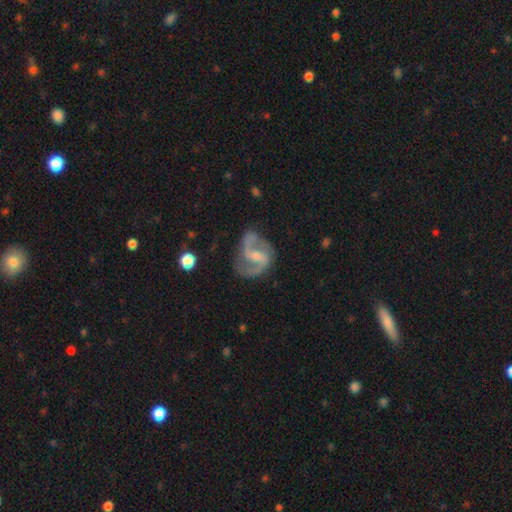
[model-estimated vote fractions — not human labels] The model was most divided on "bulge size": small: 52%, moderate: 37%, none: 8%, large: 2%, dominant: 1%. Remaining: edge-on disk — no (98%); spiral arms — yes (97%); spiral arm count — 2 (91%); smooth or featured — featured or disk (89%); merging — none (69%); spiral winding — medium (55%); bar — weak (49%).